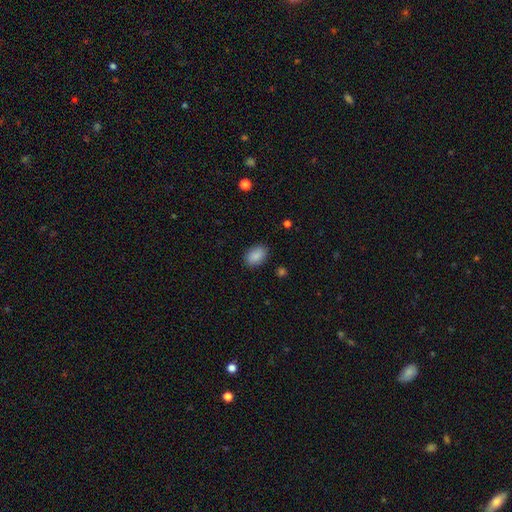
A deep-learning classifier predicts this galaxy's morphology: A smooth galaxy with no disk features (89%) that is in between round and cigar-shaped (88%).

Vote fractions:
- Smooth or featured? smooth: 89% / star or artifact: 7% / featured or disk: 4%
- How rounded? in between: 88% / round: 11% / cigar-shaped: 1%
- Merging? none: 86% / minor disturbance: 10% / major disturbance: 3% / merger: 1%